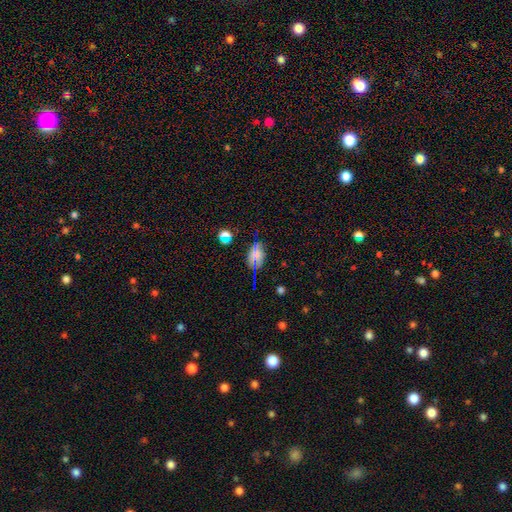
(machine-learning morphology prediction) A smooth galaxy with no disk features (60%) that is in between round and cigar-shaped (75%). Merging: none (75%).